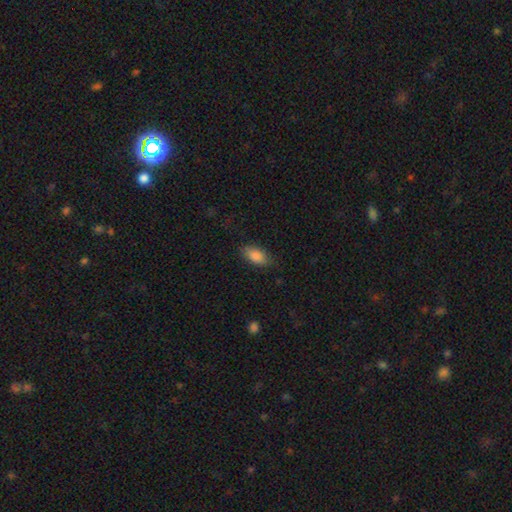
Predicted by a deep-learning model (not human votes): This appears to be a smooth galaxy with no disk features (87%) that is in between round and cigar-shaped (91%). Merging: none (80%).